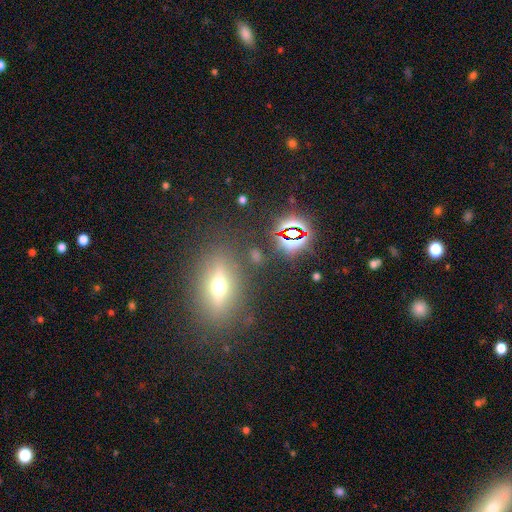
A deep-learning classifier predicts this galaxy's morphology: The model was most divided on "smooth or featured": star or artifact: 42%, smooth: 32%, featured or disk: 26%.